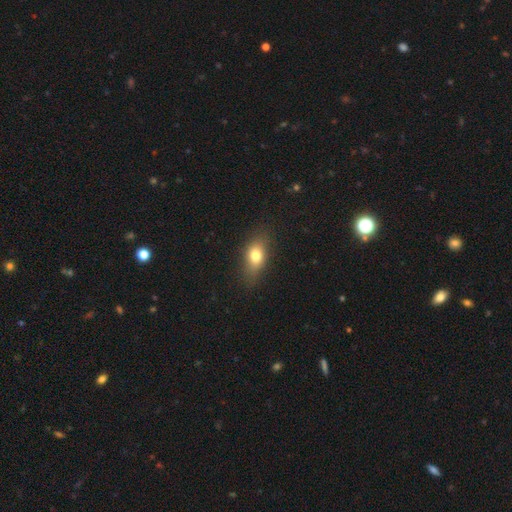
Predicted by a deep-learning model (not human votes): Smooth or featured?
  - smooth: 74% *
  - featured or disk: 16%
  - star or artifact: 10%
How rounded?
  - in between: 74% *
  - round: 18%
  - cigar-shaped: 8%
Merging?
  - none: 78% *
  - minor disturbance: 16%
  - major disturbance: 5%
  - merger: 1%